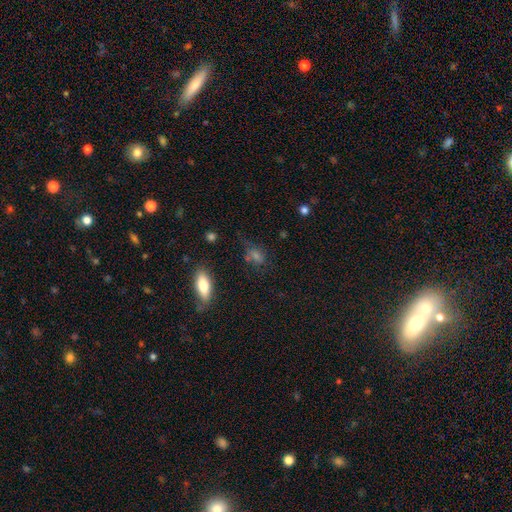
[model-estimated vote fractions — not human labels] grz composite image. It shows a smooth galaxy with no disk features (57%) that is in between round and cigar-shaped (63%). Merging: none (62%).